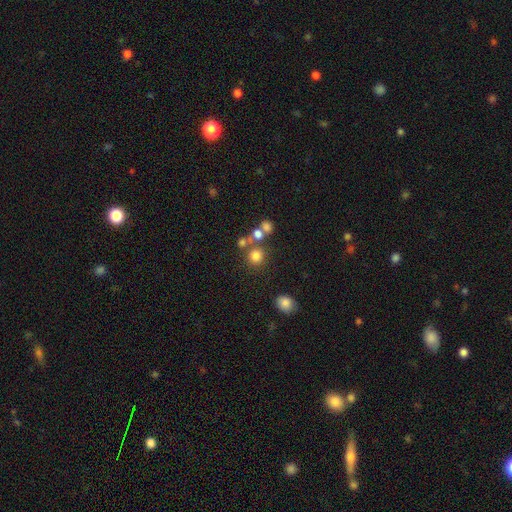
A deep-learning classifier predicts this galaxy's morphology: smooth-or-featured: smooth: 75% | star or artifact: 15% | featured or disk: 10%
  how-rounded: round: 88% | in between: 11% | cigar-shaped: 1%
  merging: none: 63% | merger: 23% | minor disturbance: 9% | major disturbance: 5%